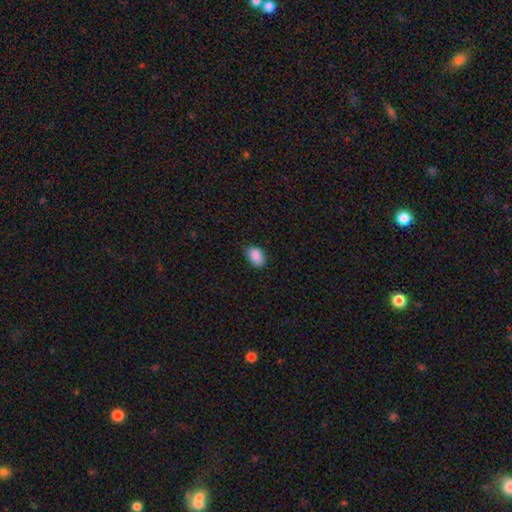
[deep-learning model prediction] Smooth or featured? smooth (89%)
How rounded? in between (90%)
Merging? none (76%)